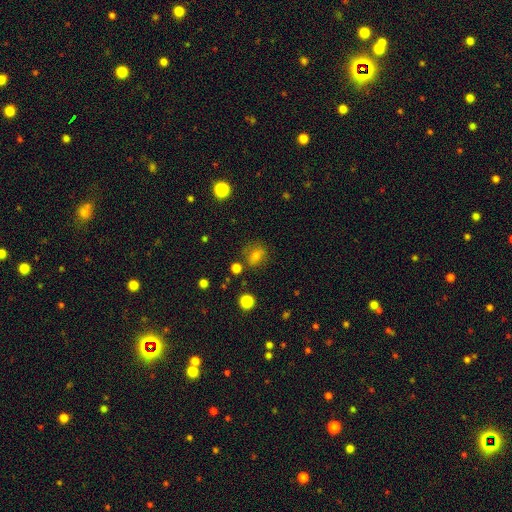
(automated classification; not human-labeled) Smooth or featured? smooth (70%)
How rounded? round (52%)
Merging? none (70%)